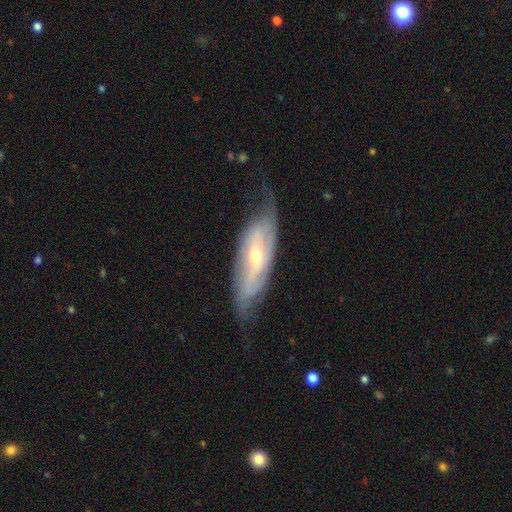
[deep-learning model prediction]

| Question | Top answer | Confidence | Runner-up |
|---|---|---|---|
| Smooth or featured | featured or disk | 79% | smooth (15%) |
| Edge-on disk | no | 80% | yes (20%) |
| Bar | weak | 37% | no (32%) |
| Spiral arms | yes | 86% | no (14%) |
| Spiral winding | tight | 37% | tied: medium (37%) |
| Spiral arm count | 2 | 58% | can't tell (29%) |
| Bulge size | small | 54% | moderate (43%) |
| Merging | none | 62% | minor disturbance (25%) |